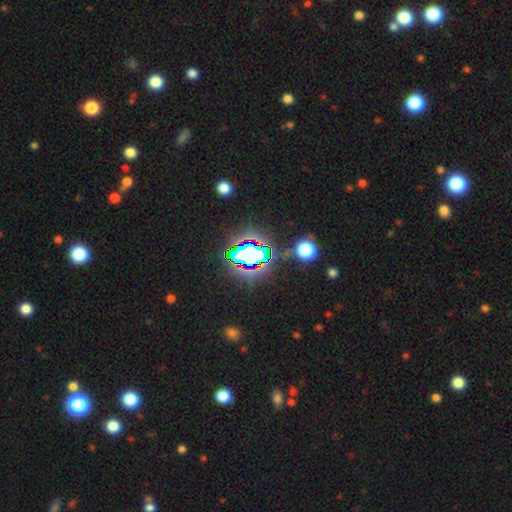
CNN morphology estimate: Smooth or featured: star or artifact — 80% (smooth — 12%)